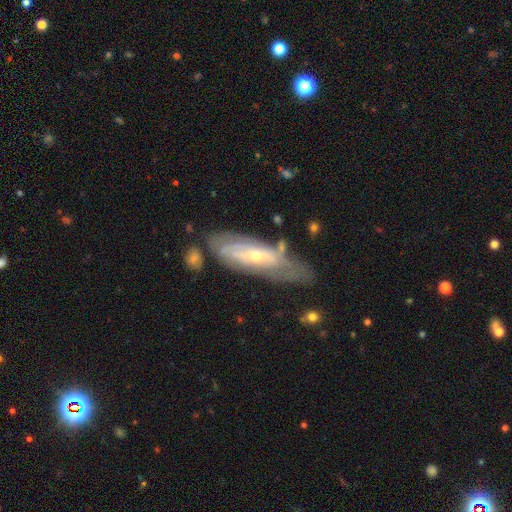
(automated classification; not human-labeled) smooth-or-featured: featured or disk: 74% | smooth: 20% | star or artifact: 6%
  disk-edge-on: no: 81% | yes: 19%
    bar: no: 64% | weak: 26% | strong: 10%
    has-spiral-arms: yes: 78% | no: 22%
    bulge-size: small: 65% | moderate: 31% | large: 1% | none: 1% | dominant: 1%
  merging: none: 58% | minor disturbance: 24% | major disturbance: 11% | merger: 7%